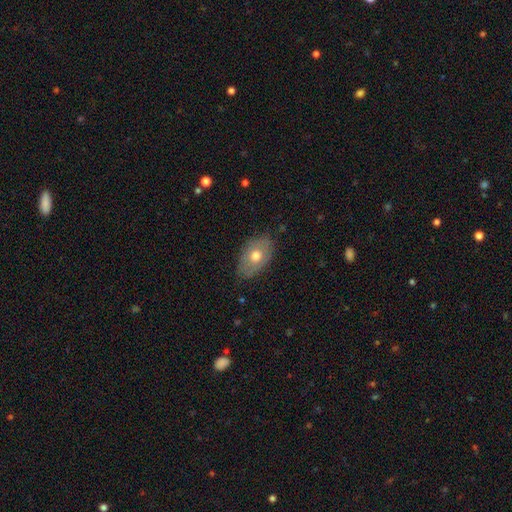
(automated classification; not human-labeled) Q: Smooth or featured?
A: smooth (64%); runner-up: featured or disk (29%)
Q: How rounded?
A: in between (88%); runner-up: round (11%)
Q: Merging?
A: none (80%); runner-up: minor disturbance (16%)